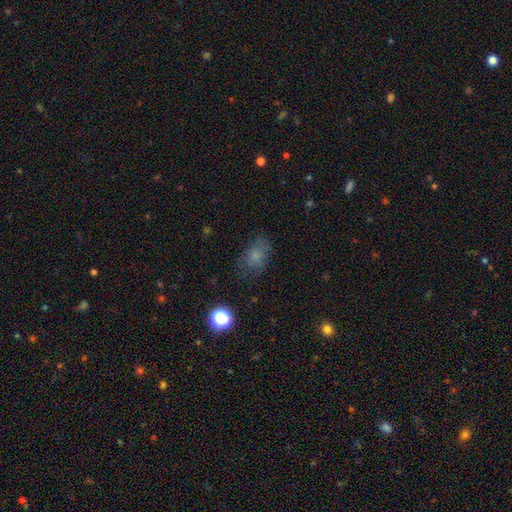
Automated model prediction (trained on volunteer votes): smooth_or_featured: smooth (p=0.72) [alt: star or artifact p=0.14]
how_rounded: in between (p=0.74) [alt: round p=0.24]
merging: none (p=0.65) [alt: minor disturbance p=0.22]